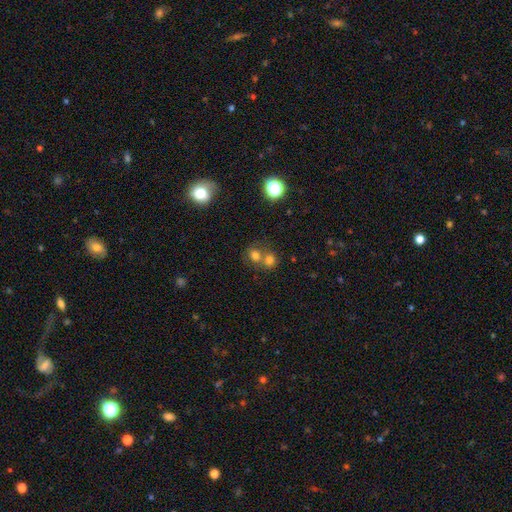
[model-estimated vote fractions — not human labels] smooth 71%, star or artifact 18%, featured or disk 12%. Down the decision tree: how rounded — round (78%); merging — merger (50%).